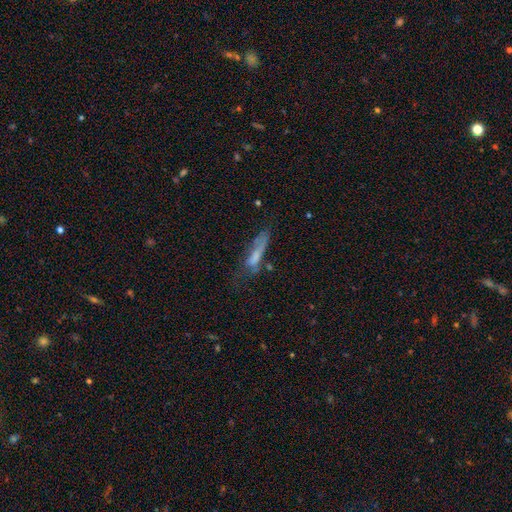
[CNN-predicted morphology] This appears to be a smooth galaxy with no disk features (59%) that is cigar-shaped (74%). Merging: none (37%).